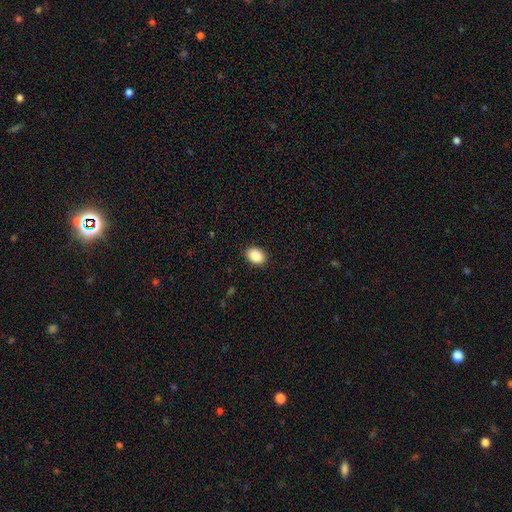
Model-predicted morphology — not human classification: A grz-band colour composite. It shows a smooth galaxy with no disk features (88%) that is in between round and cigar-shaped (78%). Merging: none (90%).